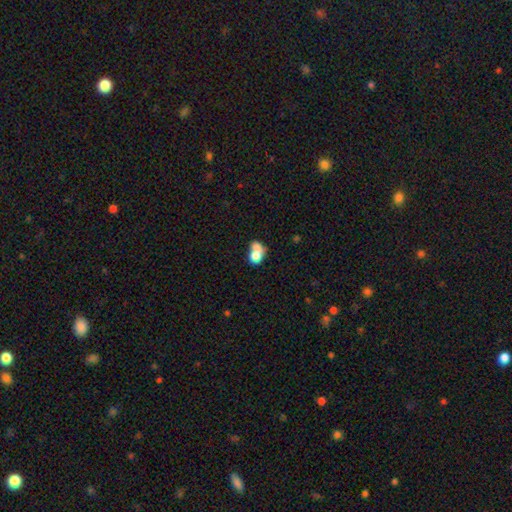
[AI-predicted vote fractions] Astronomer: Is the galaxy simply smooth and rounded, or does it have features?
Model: smooth — 70%.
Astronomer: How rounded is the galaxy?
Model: in between — 50% (runner-up: round, 49%).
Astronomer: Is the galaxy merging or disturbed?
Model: merger — 57%.